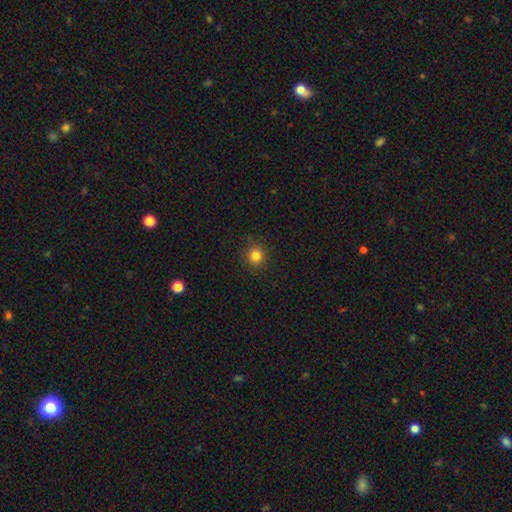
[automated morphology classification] This appears to be a smooth galaxy with no disk features (82%) that is round (90%). Merging: none (90%).